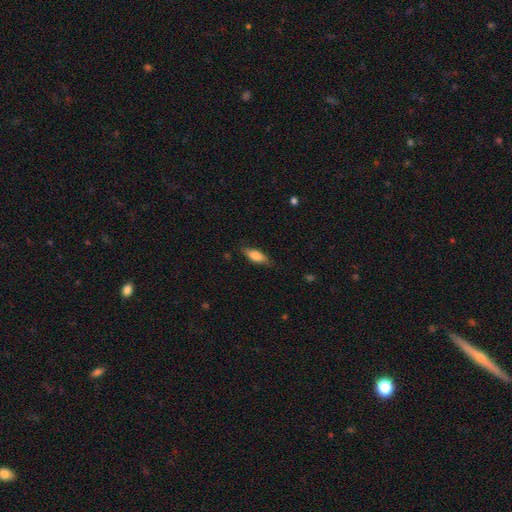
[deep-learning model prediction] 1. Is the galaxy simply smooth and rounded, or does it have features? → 72% smooth, 21% featured or disk, 6% star or artifact.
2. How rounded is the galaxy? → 61% in between, 36% cigar-shaped, 3% round.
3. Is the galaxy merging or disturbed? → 80% none, 15% minor disturbance, 3% major disturbance, 1% merger.